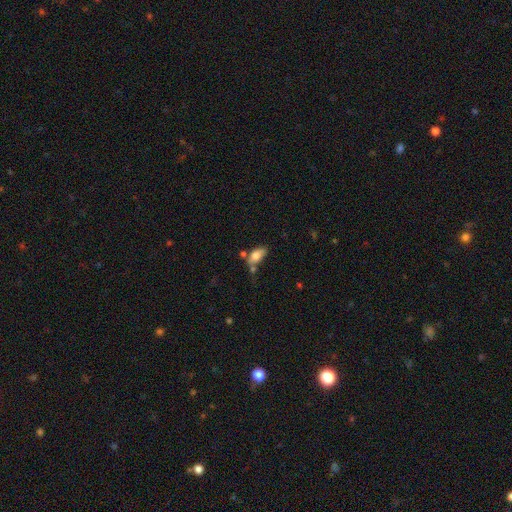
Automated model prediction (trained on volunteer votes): A smooth galaxy with no disk features (76%) that is in between round and cigar-shaped (89%). Merging: none (42%).